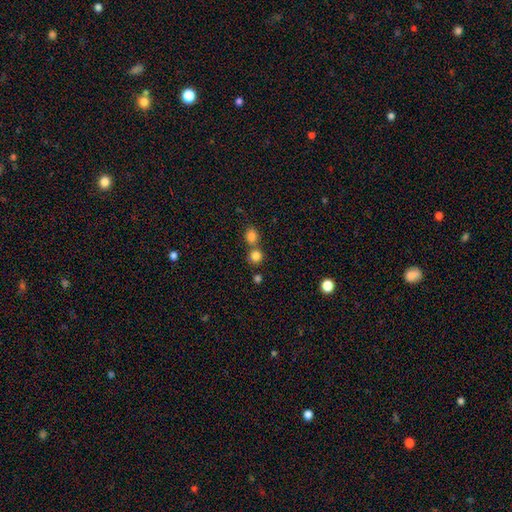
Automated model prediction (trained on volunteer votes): Smooth or featured: smooth — 81% (star or artifact — 13%)
How rounded: round — 84% (in between — 14%)
Merging: none — 55% (merger — 35%)